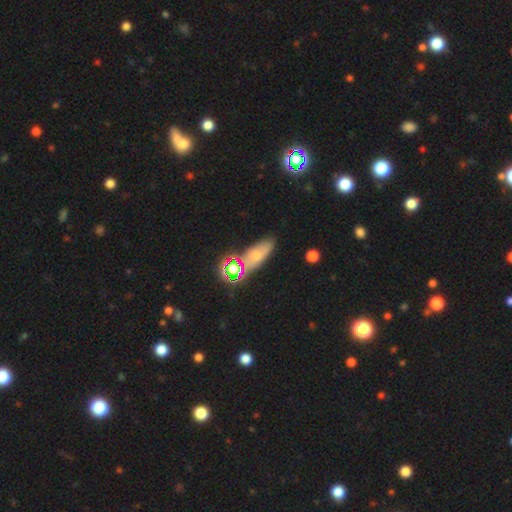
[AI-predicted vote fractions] This appears to be a smooth galaxy with no disk features (52%) that is in between round and cigar-shaped (69%). Merging: none (66%).